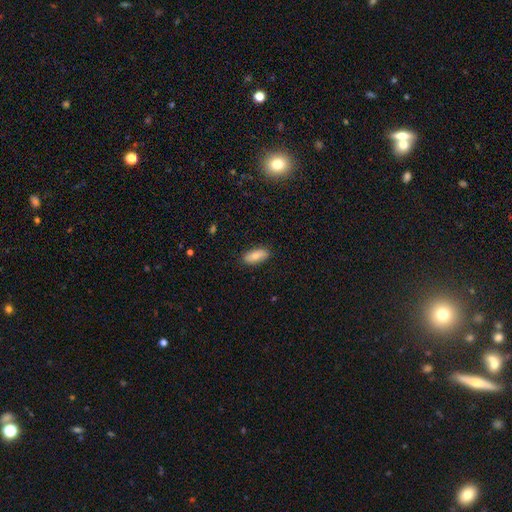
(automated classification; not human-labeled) A smooth galaxy with no disk features (78%) that is in between round and cigar-shaped (84%). Merging: none (87%).